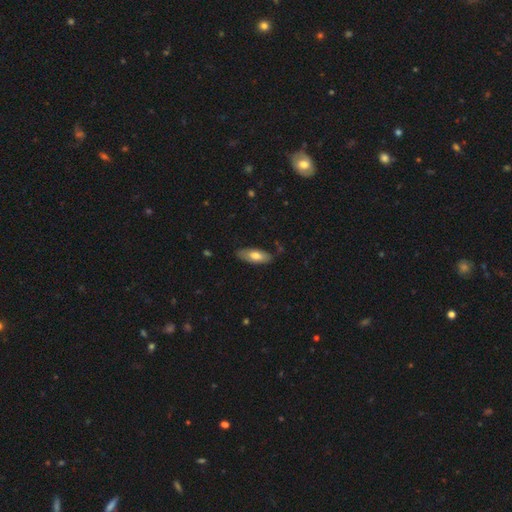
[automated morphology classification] smooth-or-featured: smooth: 69% | featured or disk: 26% | star or artifact: 6%
  how-rounded: in between: 77% | cigar-shaped: 20% | round: 2%
  merging: none: 79% | minor disturbance: 16% | major disturbance: 3% | merger: 2%